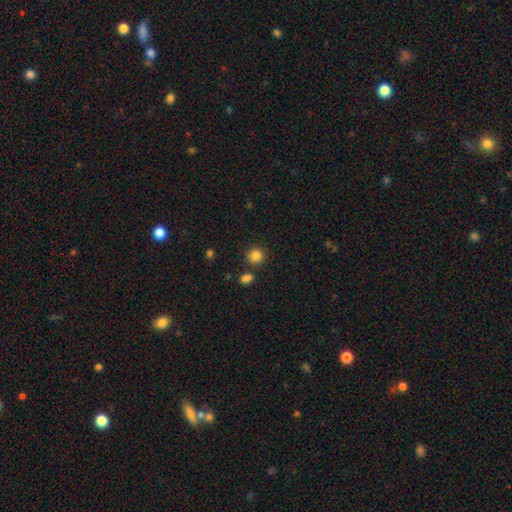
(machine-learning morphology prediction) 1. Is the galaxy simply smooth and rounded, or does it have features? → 84% smooth, 11% star or artifact, 4% featured or disk.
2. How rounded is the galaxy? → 91% round, 8% in between, 1% cigar-shaped.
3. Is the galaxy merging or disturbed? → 81% none, 8% minor disturbance, 8% merger, 3% major disturbance.